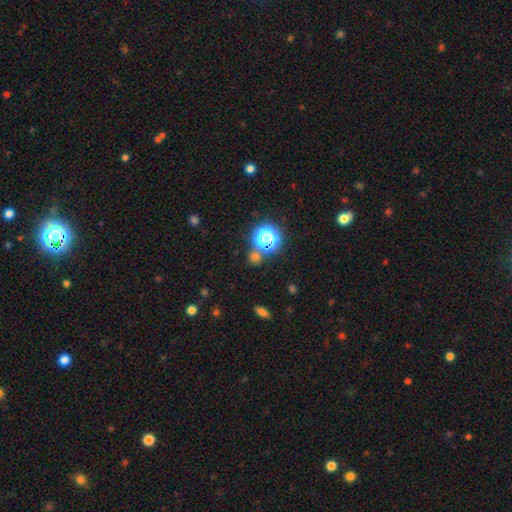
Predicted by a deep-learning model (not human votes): This appears to be a star or artifact, not a galaxy (54%).